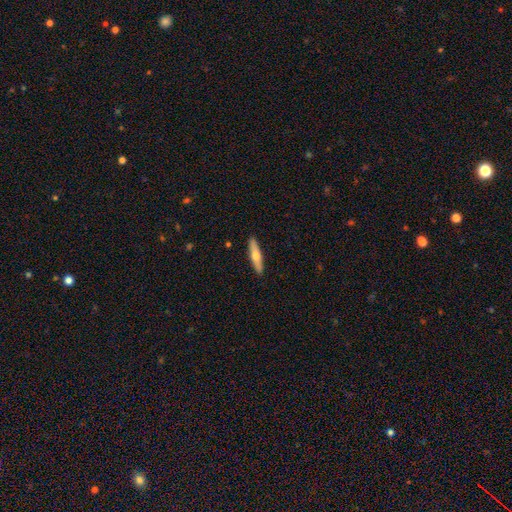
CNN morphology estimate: A smooth galaxy with no disk features (52%) that is cigar-shaped (81%). Merging: none (91%).